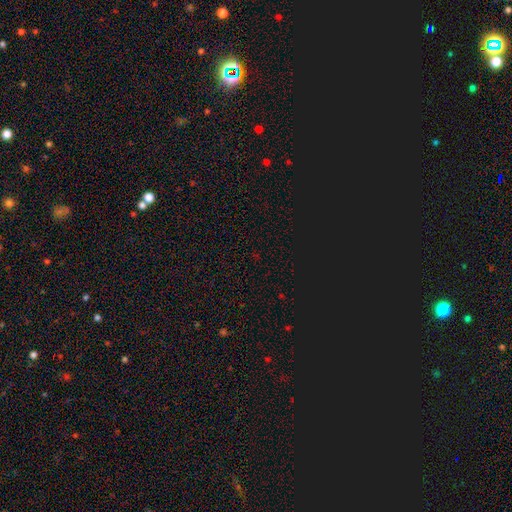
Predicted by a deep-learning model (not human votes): Smooth or featured? star or artifact (74%)